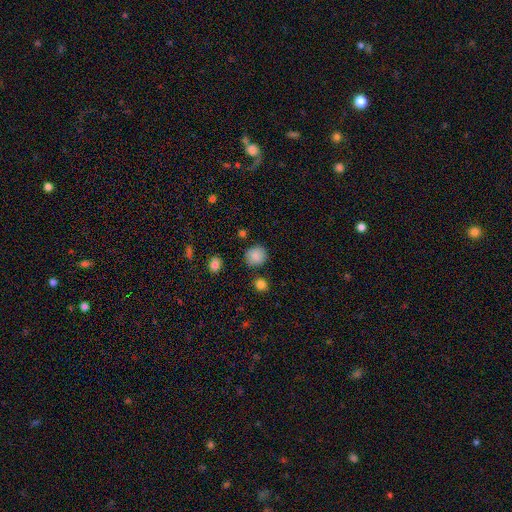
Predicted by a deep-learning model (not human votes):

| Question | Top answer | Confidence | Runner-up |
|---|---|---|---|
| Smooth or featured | smooth | 85% | star or artifact (10%) |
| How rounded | round | 87% | in between (12%) |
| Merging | none | 82% | minor disturbance (11%) |